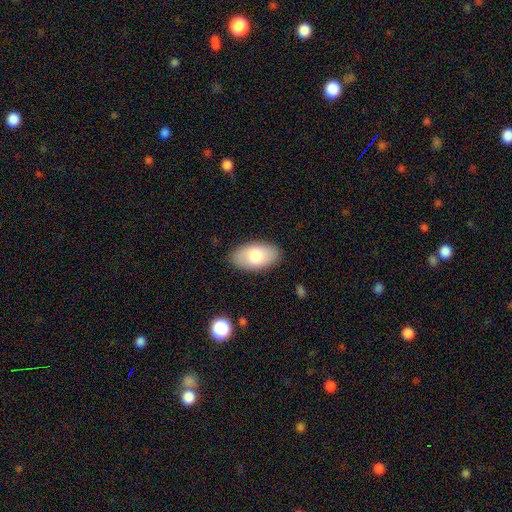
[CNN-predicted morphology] Smooth or featured? smooth (79%)
How rounded? in between (95%)
Merging? none (86%)